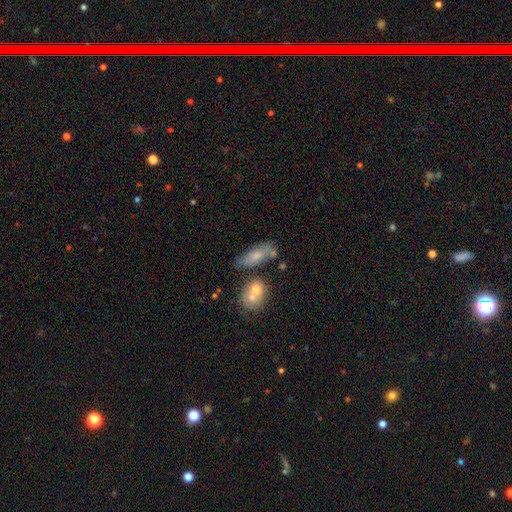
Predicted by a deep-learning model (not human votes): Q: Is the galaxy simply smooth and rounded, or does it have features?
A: smooth — 68%.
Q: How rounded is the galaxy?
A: in between — 70%.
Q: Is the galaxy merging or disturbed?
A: none — 48%.